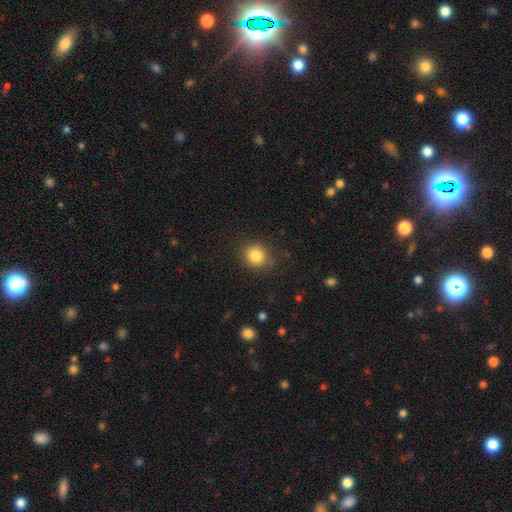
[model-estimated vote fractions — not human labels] Smooth or featured: smooth — 84% (star or artifact — 10%)
How rounded: round — 85% (in between — 14%)
Merging: none — 84% (minor disturbance — 11%)